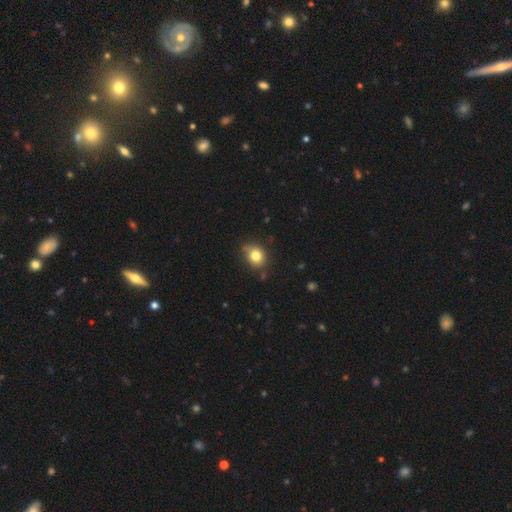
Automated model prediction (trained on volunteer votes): smooth-or-featured: smooth: 80% | star or artifact: 11% | featured or disk: 10%
  how-rounded: round: 60% | in between: 39% | cigar-shaped: 1%
  merging: none: 71% | minor disturbance: 22% | major disturbance: 4% | merger: 3%